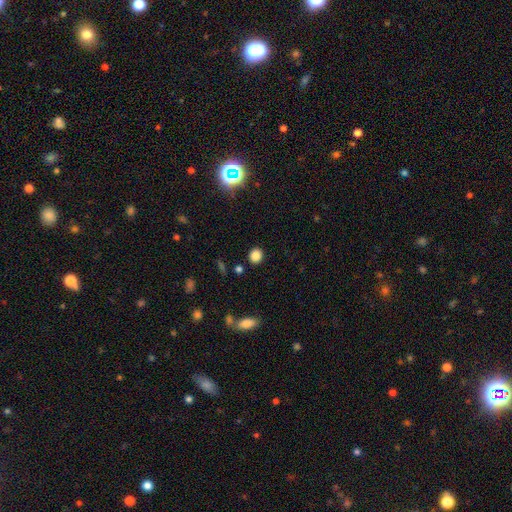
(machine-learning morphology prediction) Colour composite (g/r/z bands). It shows a smooth galaxy with no disk features (84%) that is round (77%). Merging: none (88%).